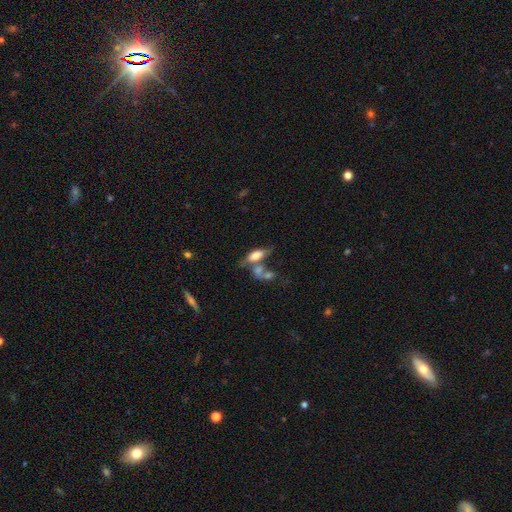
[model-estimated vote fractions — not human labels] Smooth or featured? smooth (67%)
How rounded? in between (79%)
Merging? merger (45%)